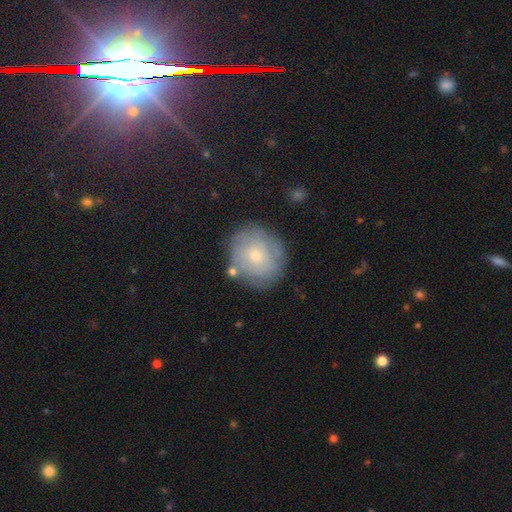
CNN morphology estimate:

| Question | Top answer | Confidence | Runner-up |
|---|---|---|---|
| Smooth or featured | smooth | 48% | featured or disk (42%) |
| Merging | none | 78% | minor disturbance (15%) |